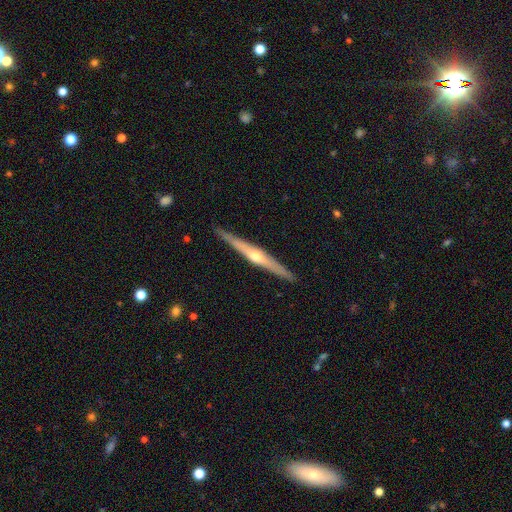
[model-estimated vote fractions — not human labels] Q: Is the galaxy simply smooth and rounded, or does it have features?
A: featured or disk — 74%.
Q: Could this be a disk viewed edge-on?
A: yes — 98%.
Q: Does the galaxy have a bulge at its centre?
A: rounded — 88%.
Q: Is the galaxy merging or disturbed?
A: none — 90%.